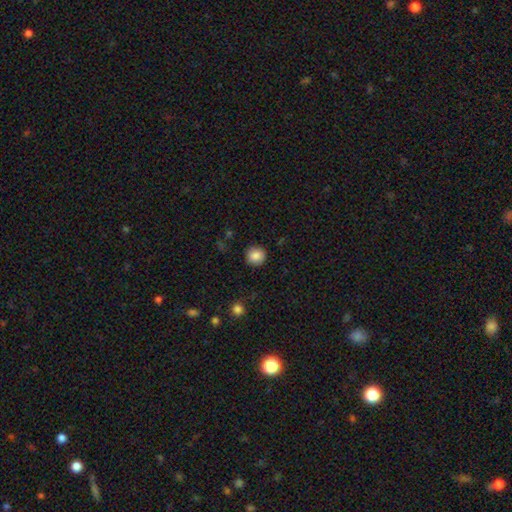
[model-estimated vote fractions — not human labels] This is clearly a smooth galaxy (86%). How rounded: clearly round (93%). Merging: clearly none (91%).